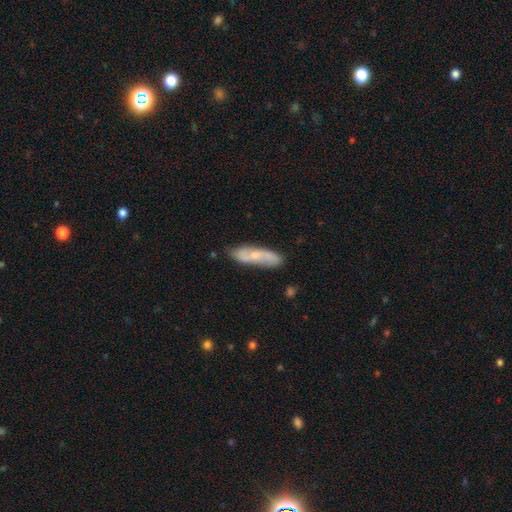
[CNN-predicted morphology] The model was most divided on "smooth or featured": featured or disk: 50%, smooth: 44%, star or artifact: 7%. More confident: merging — none (77%).